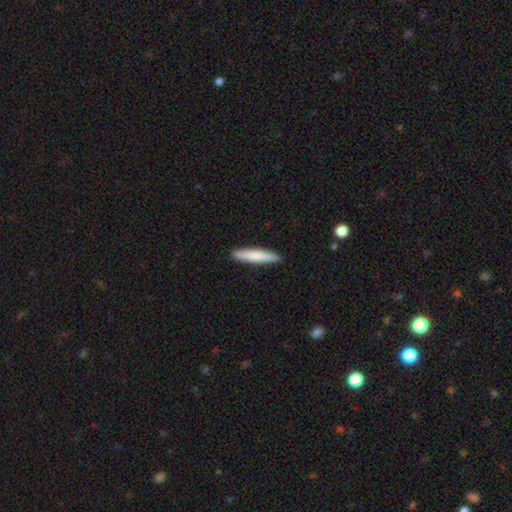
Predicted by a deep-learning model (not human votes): The model was most divided on "smooth or featured": smooth: 78%, featured or disk: 17%, star or artifact: 5%. More confident: merging — none (91%); how rounded — cigar-shaped (91%).